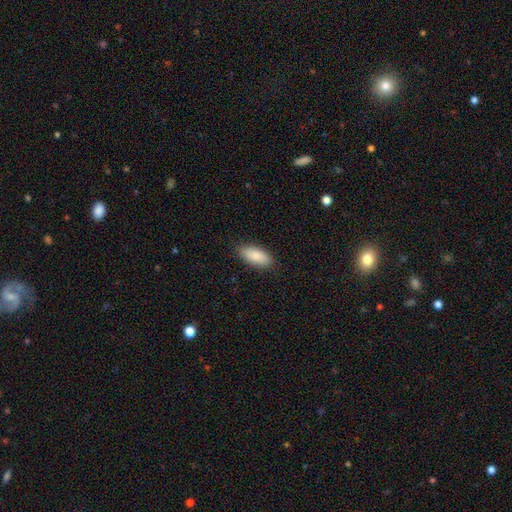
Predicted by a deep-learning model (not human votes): Overall: smooth (87%). How rounded: in between (88%). Merging: none (88%).